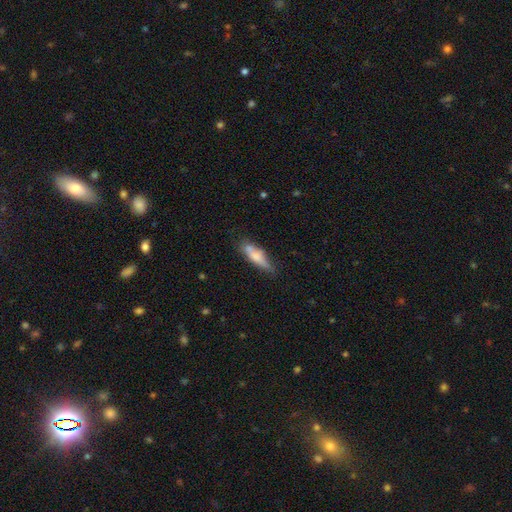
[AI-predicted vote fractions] A smooth galaxy with no disk features (64%) that is cigar-shaped (62%).

Vote fractions:
- Smooth or featured? smooth: 64% / featured or disk: 29% / star or artifact: 7%
- How rounded? cigar-shaped: 62% / in between: 36% / round: 2%
- Merging? none: 54% / minor disturbance: 27% / merger: 10% / major disturbance: 9%